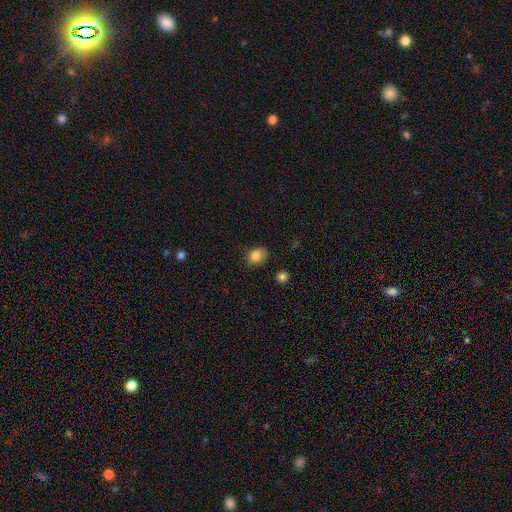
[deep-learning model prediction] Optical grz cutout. It shows a smooth galaxy with no disk features (84%) that is in between round and cigar-shaped (52%). Merging: none (67%).